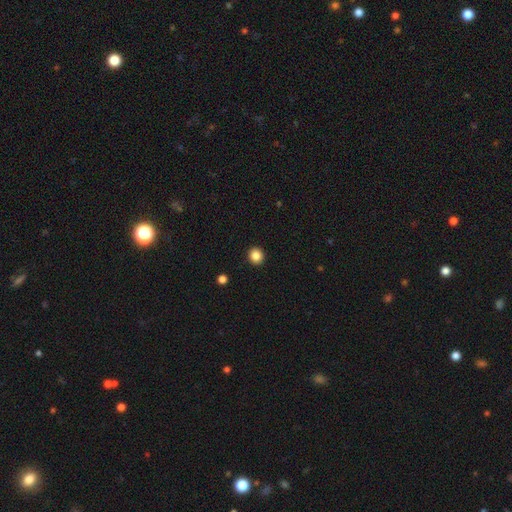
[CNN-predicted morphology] smooth_or_featured: smooth (p=0.86) [alt: star or artifact p=0.10]
how_rounded: round (p=0.92) [alt: in between p=0.07]
merging: none (p=0.94) [alt: minor disturbance p=0.04]